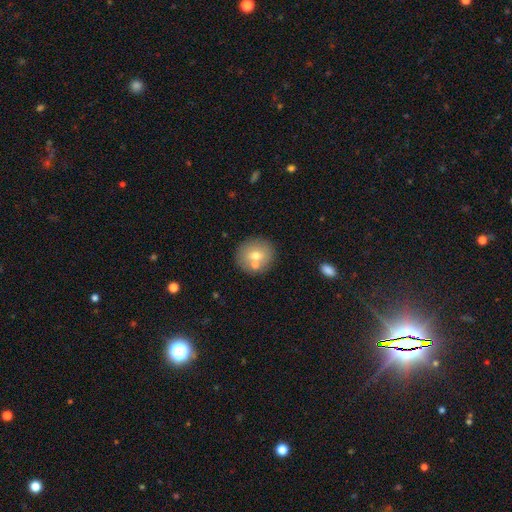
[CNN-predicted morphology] The model was most divided on "smooth or featured": smooth: 68%, featured or disk: 23%, star or artifact: 10%. More confident: how rounded — round (87%); merging — none (71%).